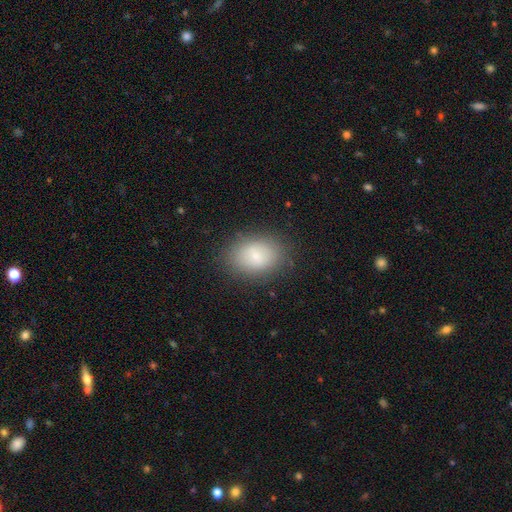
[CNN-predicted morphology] Smooth or featured: smooth — 79% (featured or disk — 12%)
How rounded: in between — 78% (round — 21%)
Merging: none — 84% (minor disturbance — 11%)